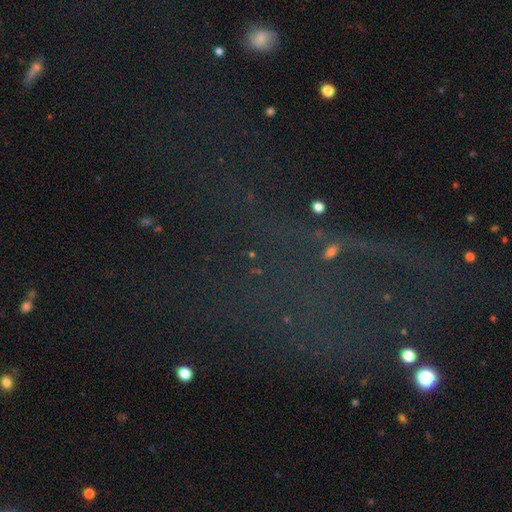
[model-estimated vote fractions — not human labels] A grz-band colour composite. It shows a star or artifact, not a galaxy (63%).